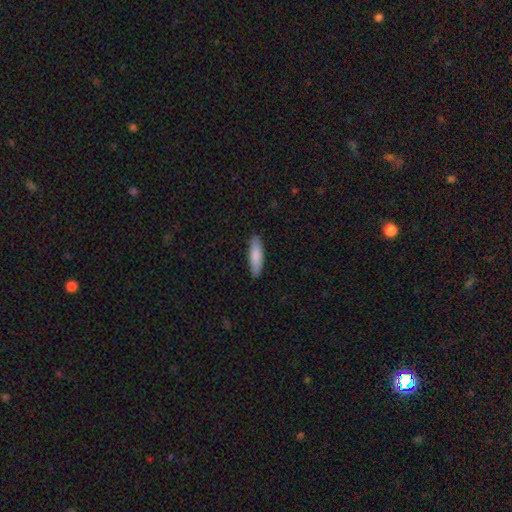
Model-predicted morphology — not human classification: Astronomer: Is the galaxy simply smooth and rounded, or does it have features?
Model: smooth — 85%.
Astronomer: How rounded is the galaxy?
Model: cigar-shaped — 63%.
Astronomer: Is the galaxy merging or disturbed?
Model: none — 88%.